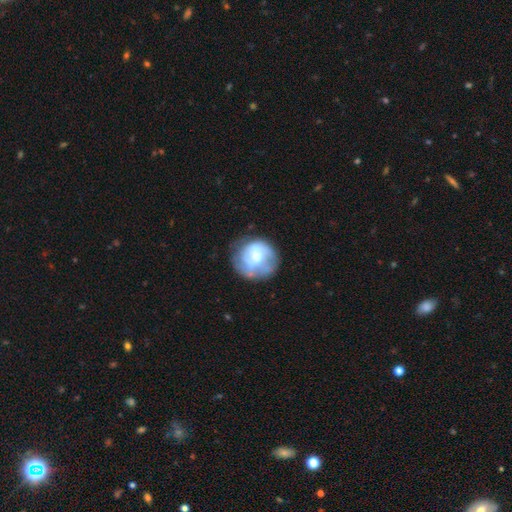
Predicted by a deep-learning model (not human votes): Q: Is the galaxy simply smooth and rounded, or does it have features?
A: featured or disk — 48%.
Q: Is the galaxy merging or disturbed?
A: none — 54%.